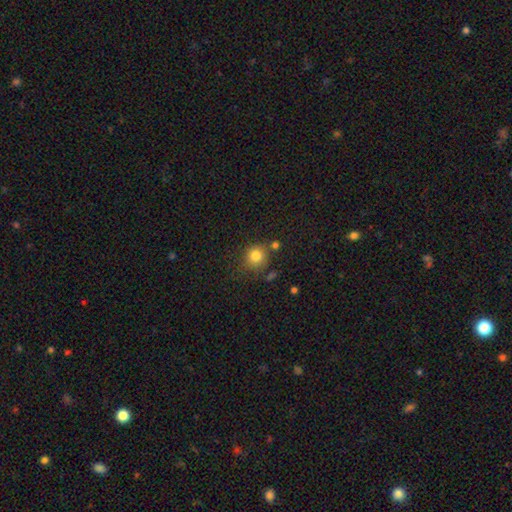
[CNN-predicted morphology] This appears to be a smooth galaxy with no disk features (81%) that is round (87%). Merging: none (72%).